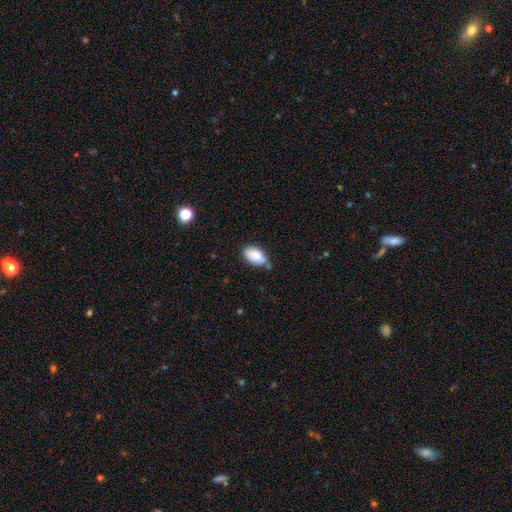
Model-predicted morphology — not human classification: smooth_or_featured: smooth (p=0.82) [alt: featured or disk p=0.11]
how_rounded: in between (p=0.93) [alt: round p=0.05]
merging: none (p=0.57) [alt: minor disturbance p=0.30]